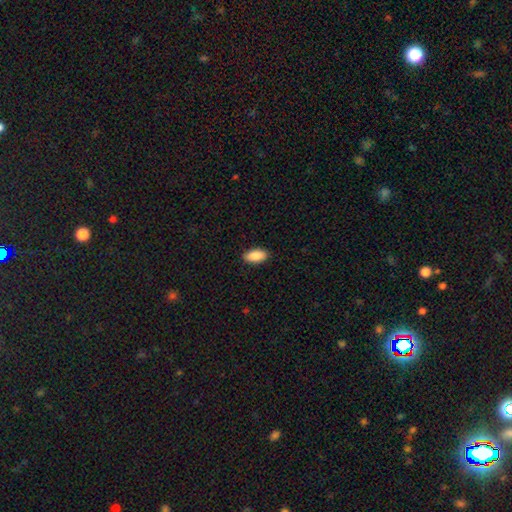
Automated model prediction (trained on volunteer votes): smooth 90%, star or artifact 6%, featured or disk 4%. Down the decision tree: how rounded — in between (92%); merging — none (89%).